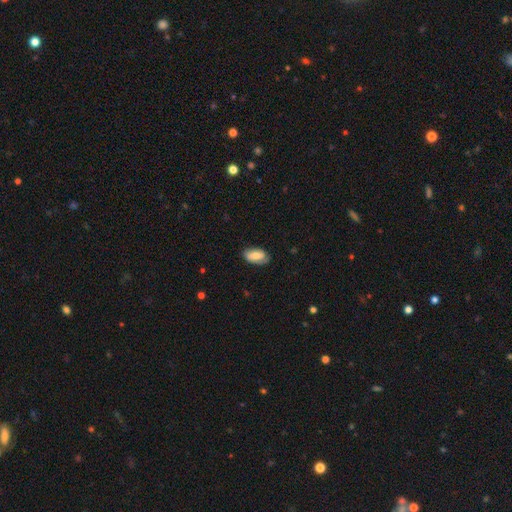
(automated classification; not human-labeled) Morphology: type=smooth (61%); roundness=in between (92%); merging=none (78%).